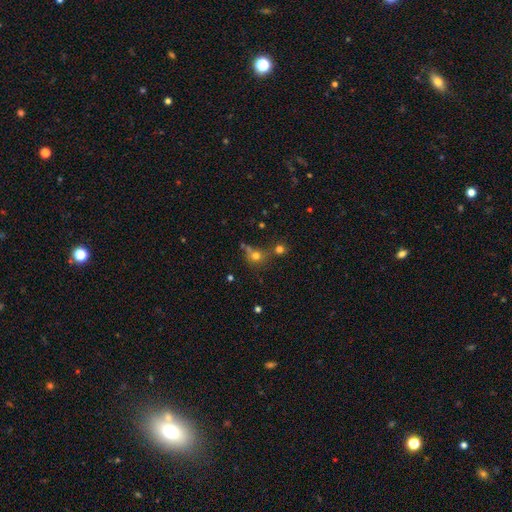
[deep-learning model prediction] smooth 63%, star or artifact 24%, featured or disk 13%. Down the decision tree: how rounded — round (83%); merging — none (50%).